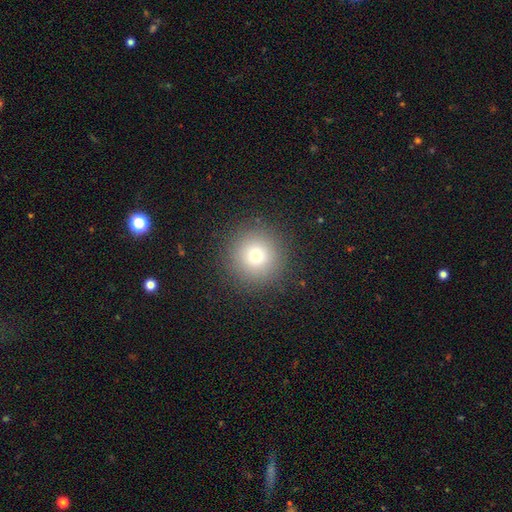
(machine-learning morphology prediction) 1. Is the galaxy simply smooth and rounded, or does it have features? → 73% smooth, 16% star or artifact, 11% featured or disk.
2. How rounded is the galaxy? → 96% round, 3% in between, 1% cigar-shaped.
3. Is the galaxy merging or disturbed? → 90% none, 5% minor disturbance, 3% major disturbance, 1% merger.